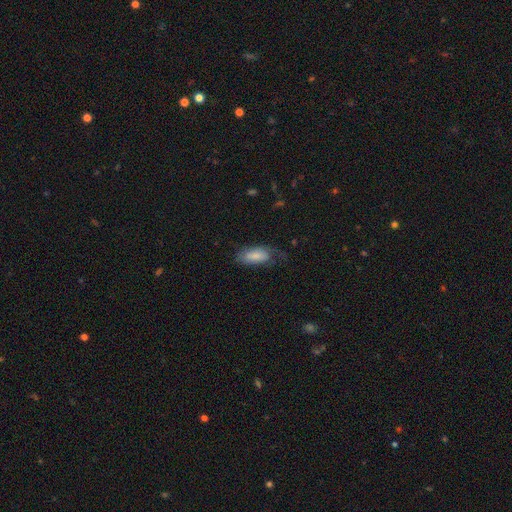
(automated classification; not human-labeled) A smooth galaxy with no disk features (71%) that is in between round and cigar-shaped (86%). Merging: none (45%).